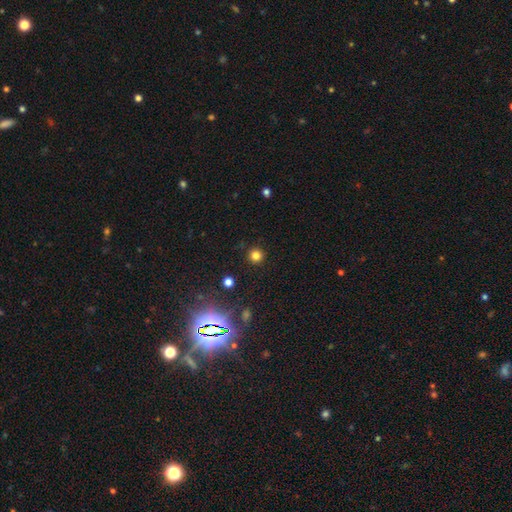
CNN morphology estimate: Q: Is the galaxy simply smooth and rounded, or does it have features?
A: smooth — 79%.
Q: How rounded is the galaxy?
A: round — 95%.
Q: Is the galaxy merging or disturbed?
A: none — 91%.